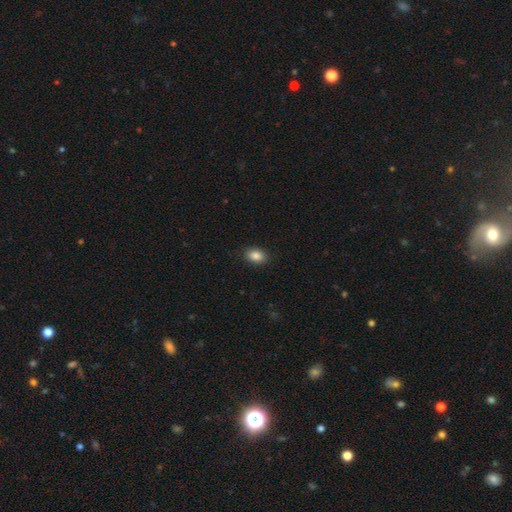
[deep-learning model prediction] This appears to be a smooth galaxy with no disk features (87%) that is in between round and cigar-shaped (81%). Merging: none (89%).